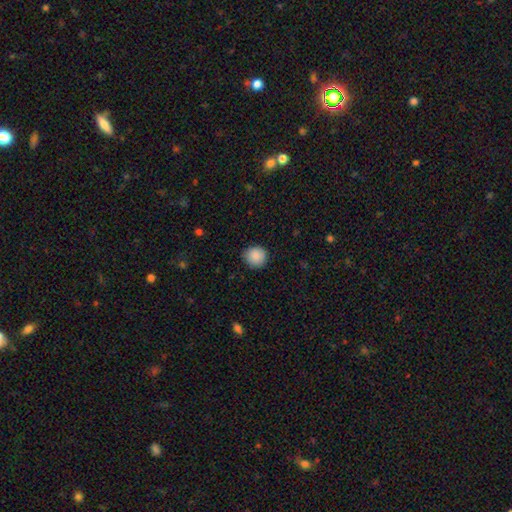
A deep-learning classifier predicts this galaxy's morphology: Q: Smooth or featured?
A: smooth (89%); runner-up: star or artifact (8%)
Q: How rounded?
A: round (91%); runner-up: in between (8%)
Q: Merging?
A: none (88%); runner-up: minor disturbance (9%)